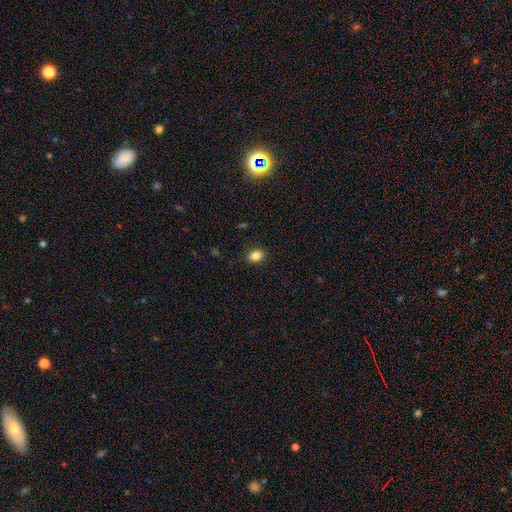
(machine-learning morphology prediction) smooth-or-featured: smooth: 84% | star or artifact: 11% | featured or disk: 5%
  how-rounded: in between: 66% | round: 33% | cigar-shaped: 1%
  merging: none: 87% | minor disturbance: 10% | major disturbance: 2% | merger: 1%